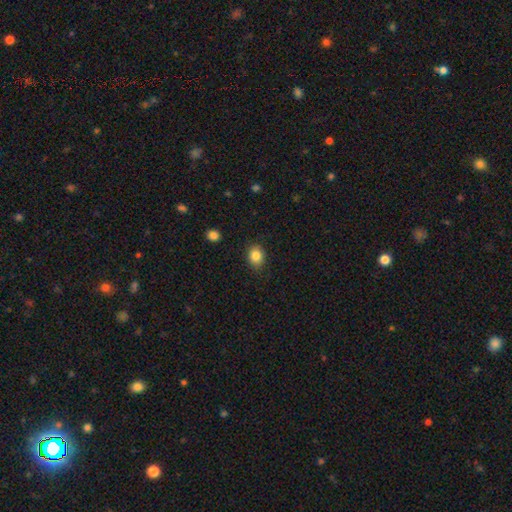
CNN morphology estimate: Smooth or featured? smooth (85%)
How rounded? round (51%)
Merging? none (87%)